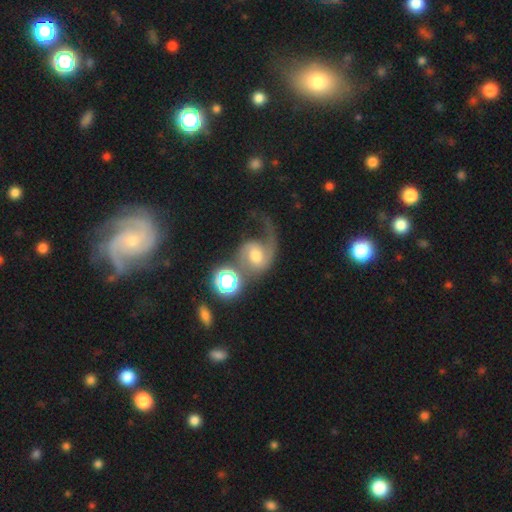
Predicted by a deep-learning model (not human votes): This appears to be a featured or disk galaxy (68%) with no bar (60%), 2 (49%) loose (62%) spiral arms (91%) and a moderate central bulge (51%). Merging: major disturbance (36%).